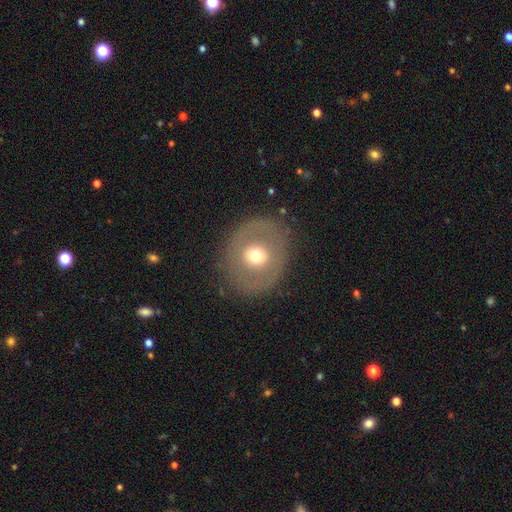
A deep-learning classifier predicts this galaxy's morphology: Smooth or featured? smooth (49%)
Merging? none (82%)